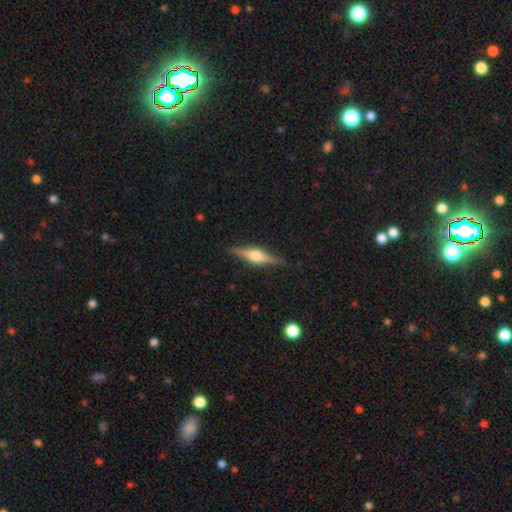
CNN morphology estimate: type=featured or disk (75%); edge-on=yes (98%); edge-on bulge=rounded (92%); merging=none (89%).